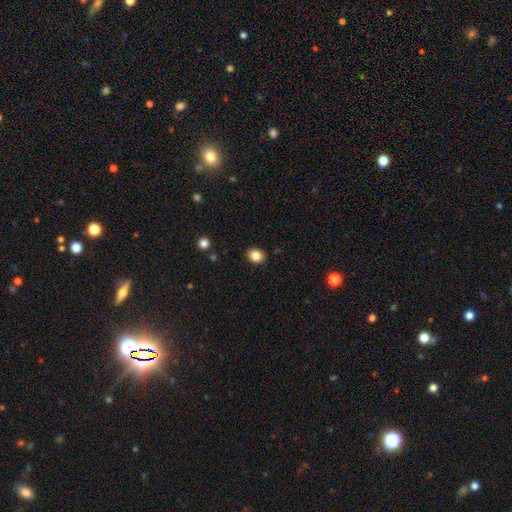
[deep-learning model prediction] smooth 84%, star or artifact 10%, featured or disk 6%. Down the decision tree: how rounded — in between (50%); merging — none (88%).